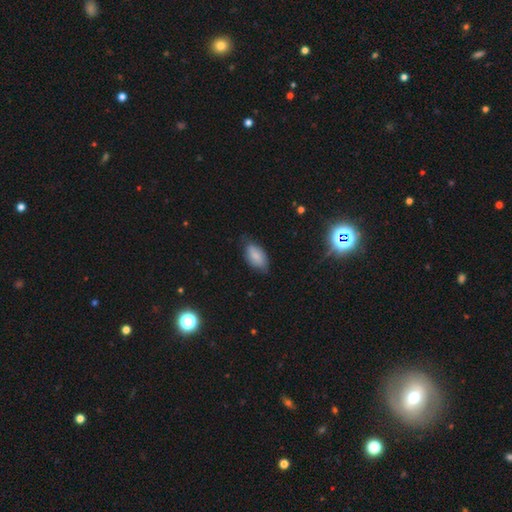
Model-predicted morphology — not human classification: Smooth or featured?
  - smooth: 77% *
  - featured or disk: 15%
  - star or artifact: 8%
How rounded?
  - in between: 93% *
  - round: 3%
  - cigar-shaped: 3%
Merging?
  - none: 64% *
  - minor disturbance: 30%
  - major disturbance: 5%
  - merger: 1%